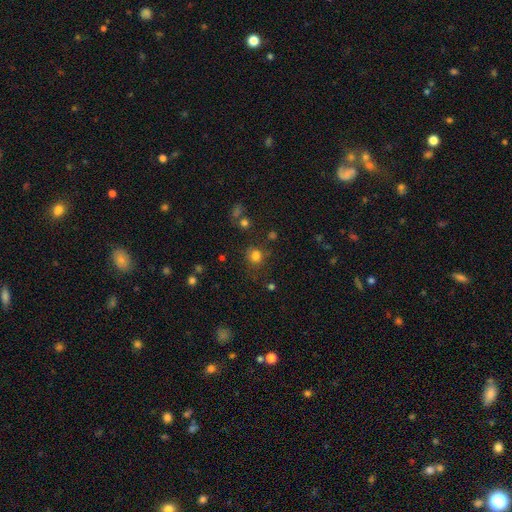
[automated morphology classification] Smooth or featured: smooth — 78% (star or artifact — 16%)
How rounded: round — 86% (in between — 13%)
Merging: none — 75% (minor disturbance — 13%)